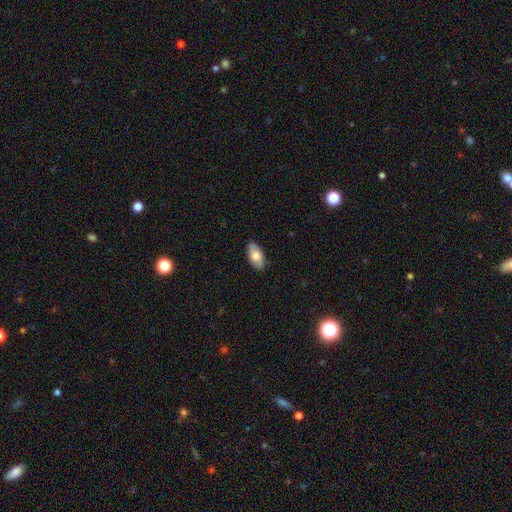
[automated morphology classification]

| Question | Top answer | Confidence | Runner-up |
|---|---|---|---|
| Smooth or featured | smooth | 76% | featured or disk (18%) |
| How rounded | in between | 93% | cigar-shaped (4%) |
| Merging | none | 87% | minor disturbance (10%) |